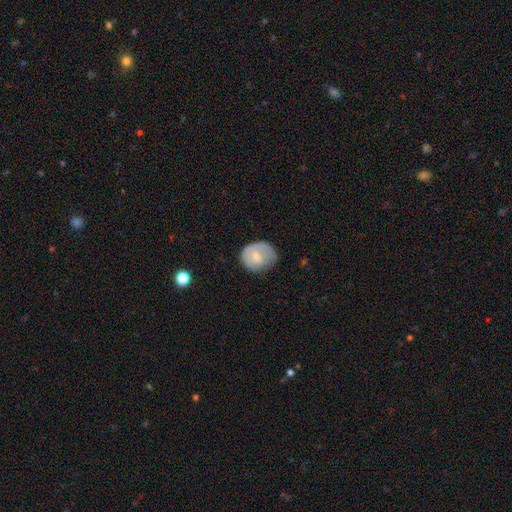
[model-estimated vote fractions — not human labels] Smooth or featured?
  - smooth: 63% *
  - featured or disk: 30%
  - star or artifact: 7%
How rounded?
  - round: 59% *
  - in between: 40%
  - cigar-shaped: 1%
Merging?
  - none: 55% *
  - minor disturbance: 31%
  - major disturbance: 12%
  - merger: 1%